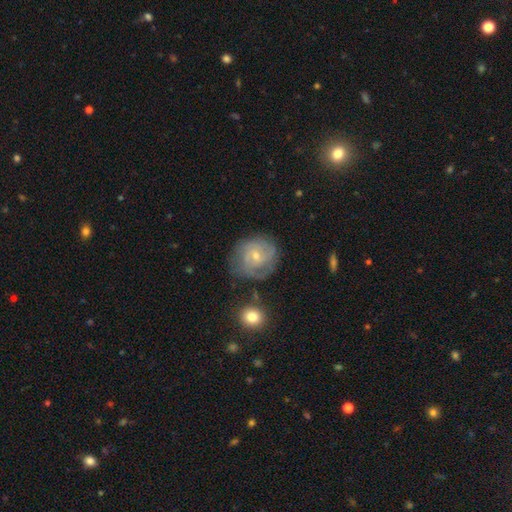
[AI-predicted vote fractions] This is likely a featured or disk galaxy (64%). It is clearly not viewed edge-on (97%). Bar: likely no (60%). Spiral arm pattern: clearly yes (83%). Spiral arm count: marginally can't tell (38%). Spiral winding: possibly tight (49%). Central bulge: likely small (64%). Merging: likely none (61%).